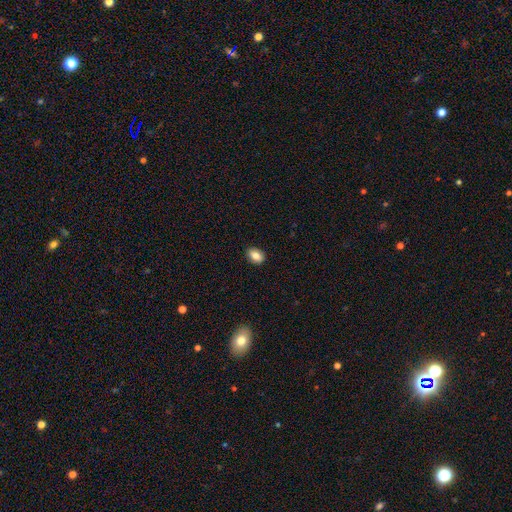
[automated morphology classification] This is clearly a smooth galaxy (83%). How rounded: clearly in between (84%). Merging: clearly none (89%).